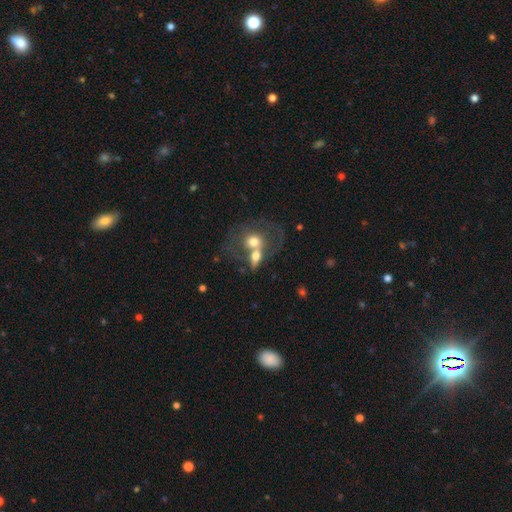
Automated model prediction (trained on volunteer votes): This appears to be a smooth galaxy with no disk features (52%) that is in between round and cigar-shaped (53%). Merging: merger (67%).